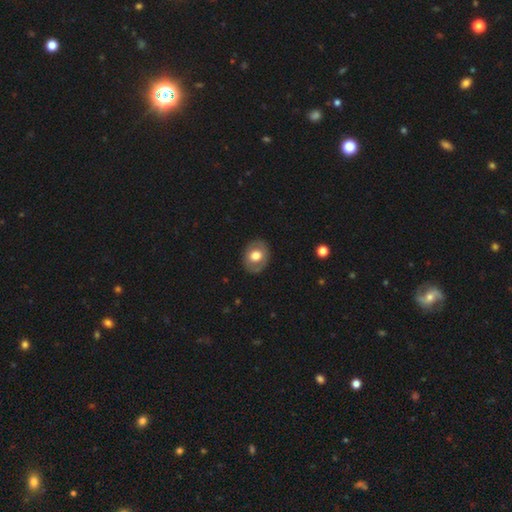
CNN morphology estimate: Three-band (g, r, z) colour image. It shows a smooth galaxy with no disk features (59%) that is round (52%). Merging: none (85%).